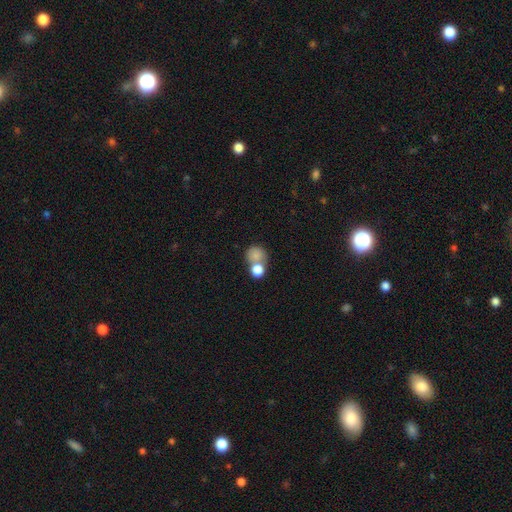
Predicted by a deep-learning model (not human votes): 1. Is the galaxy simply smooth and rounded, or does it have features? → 78% smooth, 11% star or artifact, 11% featured or disk.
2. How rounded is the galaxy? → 76% round, 23% in between, 1% cigar-shaped.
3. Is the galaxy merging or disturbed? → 46% merger, 39% none, 10% minor disturbance, 6% major disturbance.